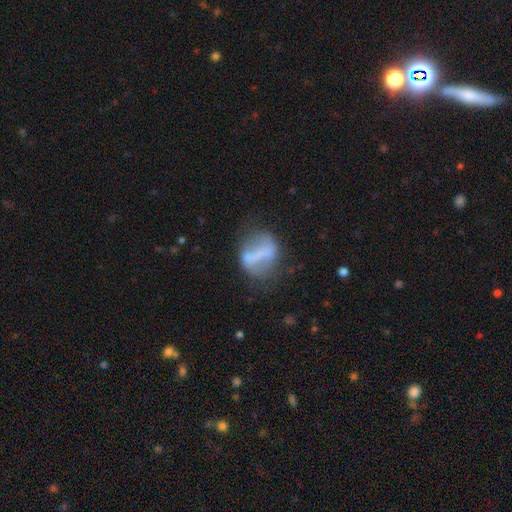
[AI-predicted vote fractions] This appears to be a featured or disk galaxy (51%). Merging: none (51%).